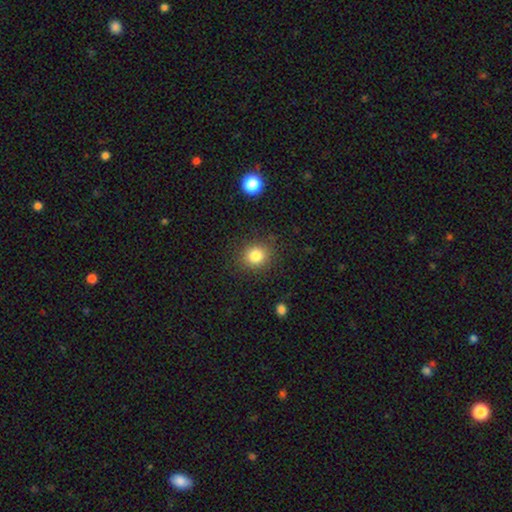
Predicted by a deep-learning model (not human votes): A smooth galaxy with no disk features (83%) that is round (80%).

Vote fractions:
- Smooth or featured? smooth: 83% / star or artifact: 11% / featured or disk: 6%
- How rounded? round: 80% / in between: 19% / cigar-shaped: 1%
- Merging? none: 86% / minor disturbance: 9% / major disturbance: 3% / merger: 1%